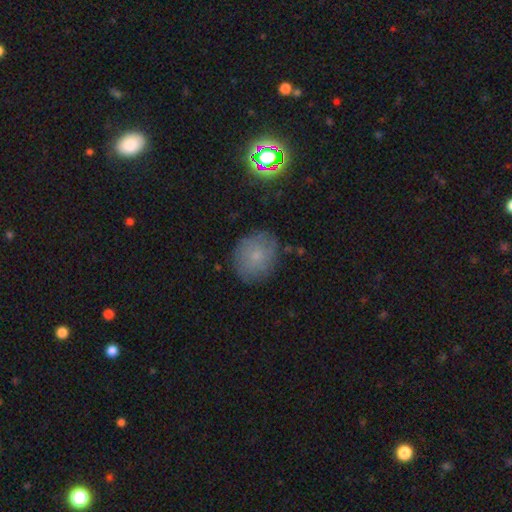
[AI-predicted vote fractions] A smooth galaxy with no disk features (62%) that is round (73%). Merging: none (77%).